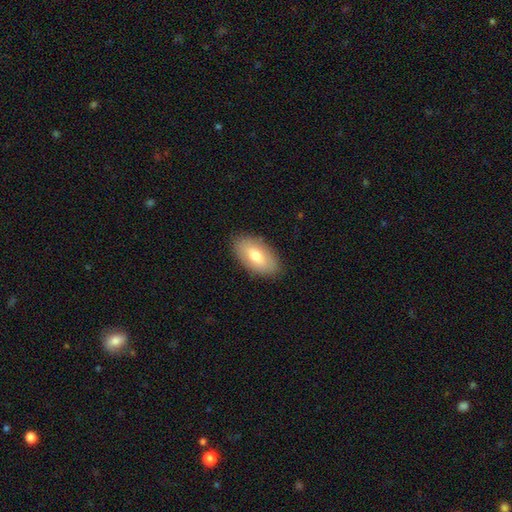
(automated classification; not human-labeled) smooth 70%, featured or disk 24%, star or artifact 6%. Down the decision tree: how rounded — in between (94%); merging — none (86%).